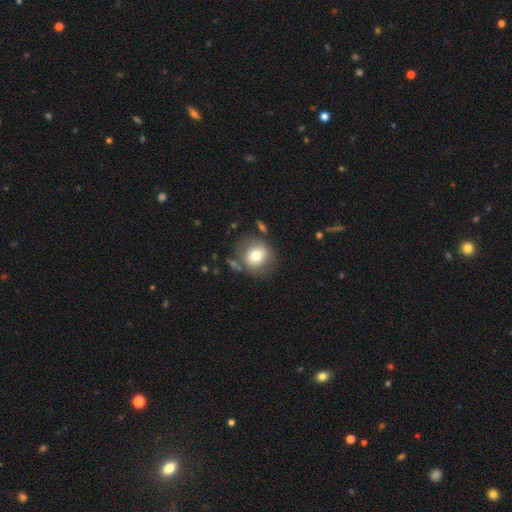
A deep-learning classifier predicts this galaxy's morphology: smooth 71%, featured or disk 21%, star or artifact 8%. Down the decision tree: how rounded — round (80%); merging — none (72%).